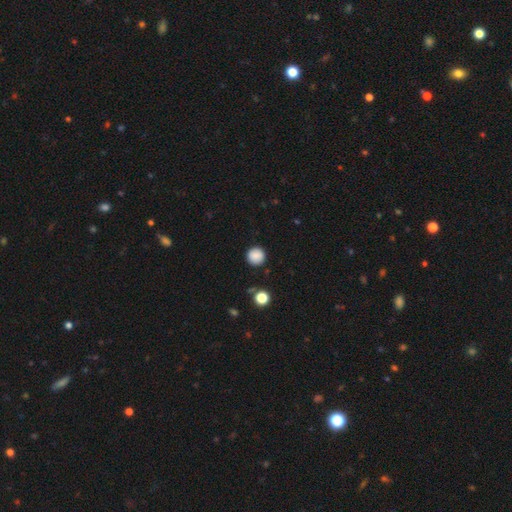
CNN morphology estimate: This is clearly a smooth galaxy (86%). How rounded: clearly round (94%). Merging: clearly none (88%).